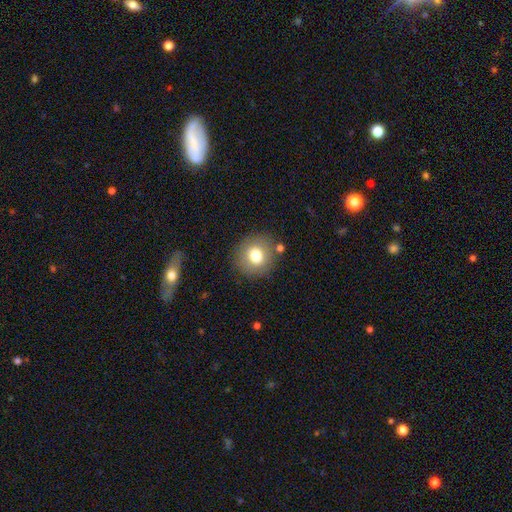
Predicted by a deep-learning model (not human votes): A smooth galaxy with no disk features (76%) that is round (87%).

Vote fractions:
- Smooth or featured? smooth: 76% / featured or disk: 13% / star or artifact: 10%
- How rounded? round: 87% / in between: 12% / cigar-shaped: 1%
- Merging? none: 83% / minor disturbance: 10% / major disturbance: 4% / merger: 4%